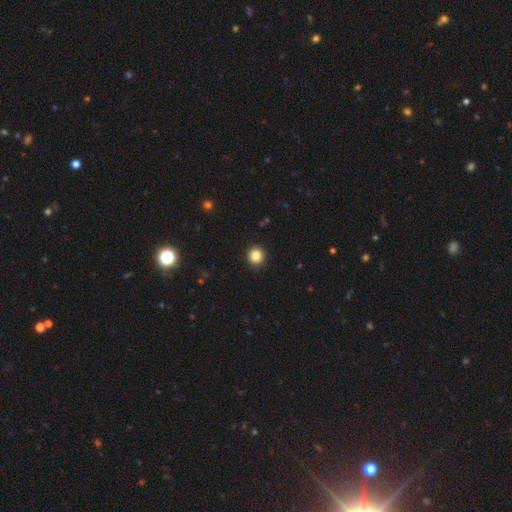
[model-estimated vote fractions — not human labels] The model was most divided on "smooth or featured": smooth: 85%, star or artifact: 11%, featured or disk: 4%. More confident: how rounded — round (92%); merging — none (92%).